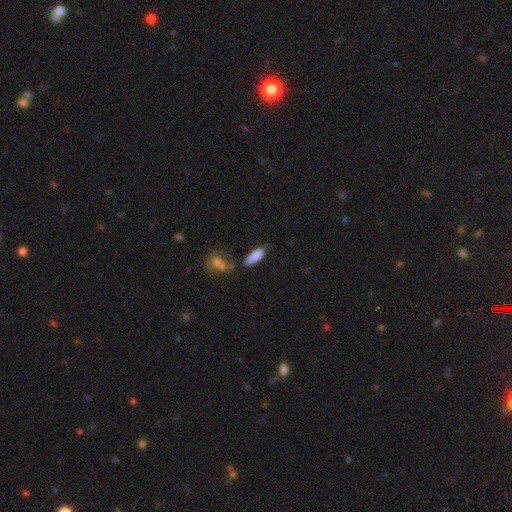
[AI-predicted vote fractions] Smooth or featured? smooth (83%)
How rounded? in between (62%)
Merging? none (46%)